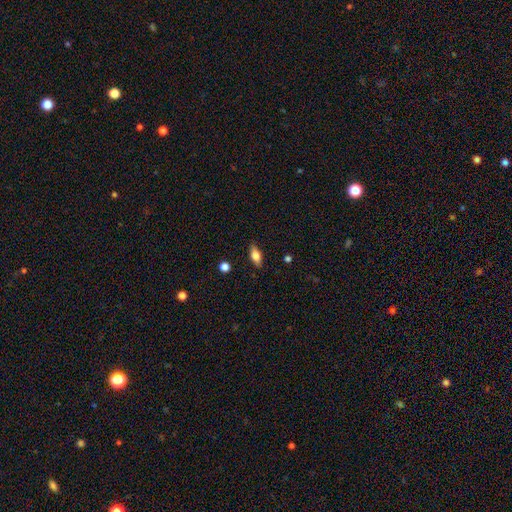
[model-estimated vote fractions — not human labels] A smooth galaxy with no disk features (69%) that is in between round and cigar-shaped (79%). Merging: none (85%).